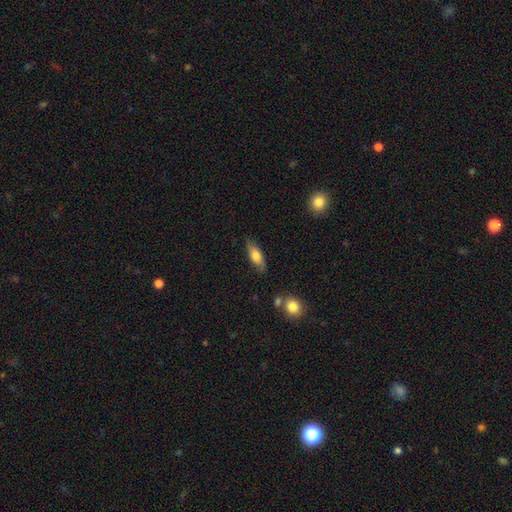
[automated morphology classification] smooth_or_featured: smooth (p=0.69) [alt: featured or disk p=0.25]
how_rounded: in between (p=0.66) [alt: cigar-shaped p=0.31]
merging: none (p=0.80) [alt: minor disturbance p=0.15]